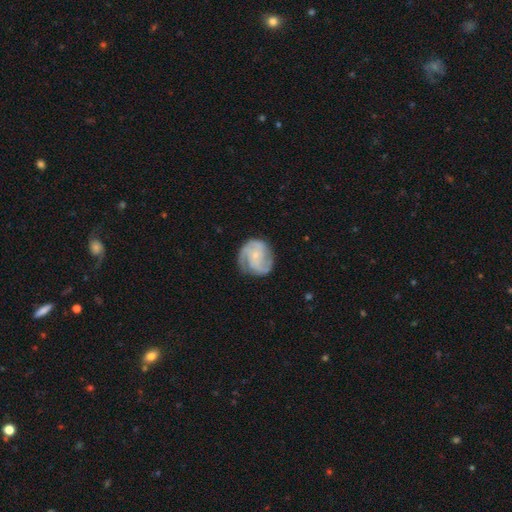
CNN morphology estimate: A featured or disk galaxy (80%) with no bar (70%), 3 (37%) medium (44%, tied with tight) spiral arms (95%) and a small central bulge (76%).

Vote fractions:
- Smooth or featured? featured or disk: 80% / smooth: 15% / star or artifact: 5%
- Edge-on disk? no: 98% / yes: 2%
- Bar? no: 70% / weak: 25% / strong: 5%
- Spiral arms? yes: 95% / no: 5%
- Spiral winding? medium: 44% (tied) / tight: 44% (tied) / loose: 13%
- Spiral arm count? 3: 37% / 2: 35% / can't tell: 14% / 4: 6% / 1: 4% / more than 4: 4%
- Bulge size? small: 76% / moderate: 17% / none: 5% / large: 1% / dominant: 1%
- Merging? none: 72% / minor disturbance: 18% / major disturbance: 8% / merger: 1%